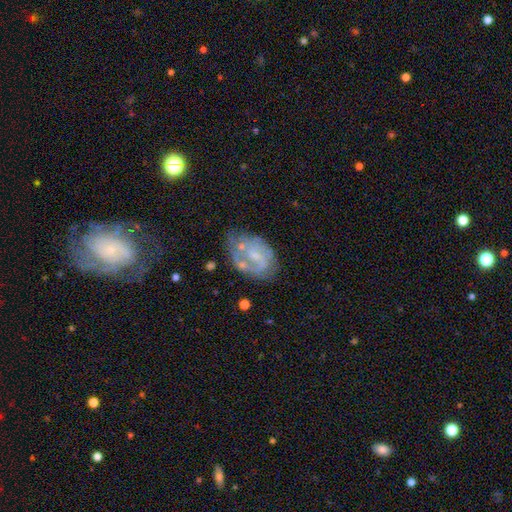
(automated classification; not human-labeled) featured or disk 67%, smooth 25%, star or artifact 8%. Down the decision tree: edge-on disk — no (97%); bar — no (59%); spiral arms — yes (60%); bulge size — small (42%); merging — none (45%).